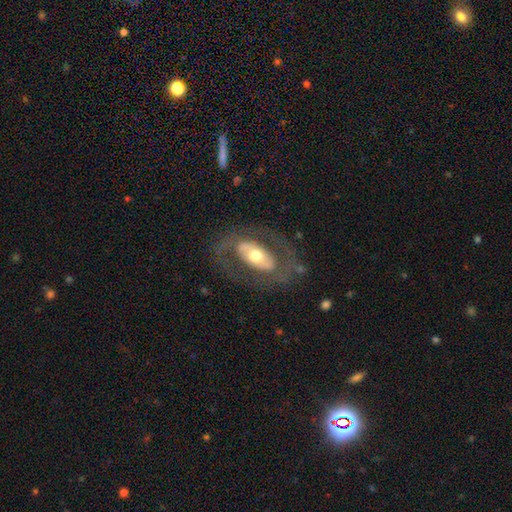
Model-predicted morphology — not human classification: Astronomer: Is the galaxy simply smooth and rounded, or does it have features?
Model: featured or disk — 64%.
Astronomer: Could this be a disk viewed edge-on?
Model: no — 90%.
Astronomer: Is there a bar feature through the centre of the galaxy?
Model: no — 58%.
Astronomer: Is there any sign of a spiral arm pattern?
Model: no — 58% (runner-up: yes, 42%).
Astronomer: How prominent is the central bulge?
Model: moderate — 66%.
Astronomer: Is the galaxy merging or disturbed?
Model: none — 71%.